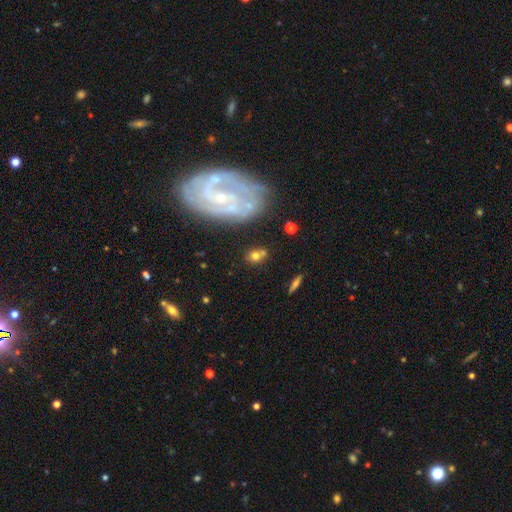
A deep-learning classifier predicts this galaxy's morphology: This is likely a smooth galaxy (61%). How rounded: possibly in between (52%). Merging: possibly none (59%).